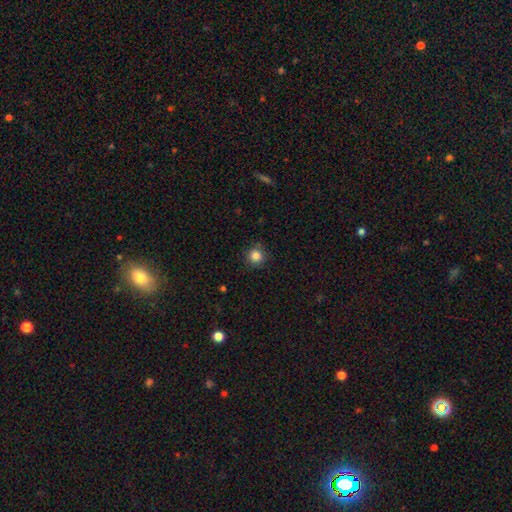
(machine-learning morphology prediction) type=smooth (85%); roundness=round (92%); merging=none (85%).